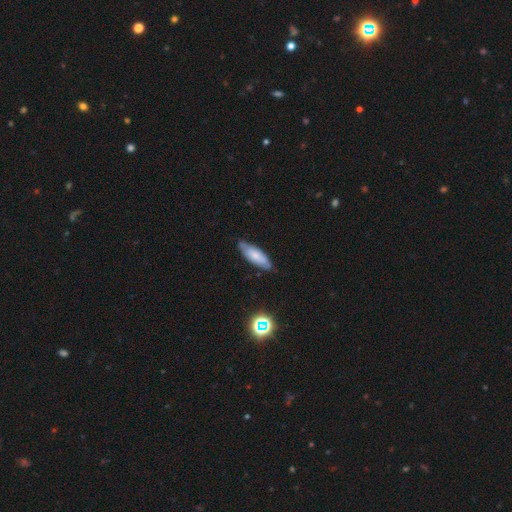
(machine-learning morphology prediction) A smooth galaxy with no disk features (66%) that is in between round and cigar-shaped (60%). Merging: none (76%).